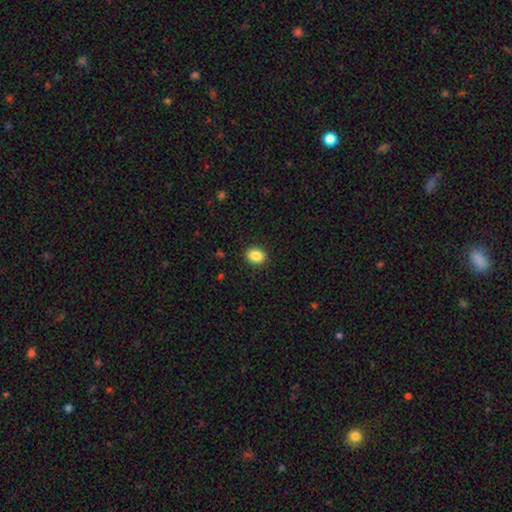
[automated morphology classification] Smooth or featured? Predicted: smooth (p=0.87). How rounded? Predicted: in between (p=0.60). Merging? Predicted: none (p=0.90).